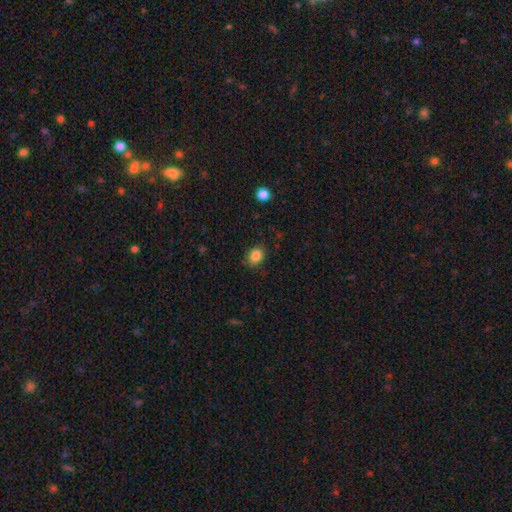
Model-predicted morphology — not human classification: Overall: smooth (86%). How rounded: round (58%; in between 42%). Merging: none (84%).